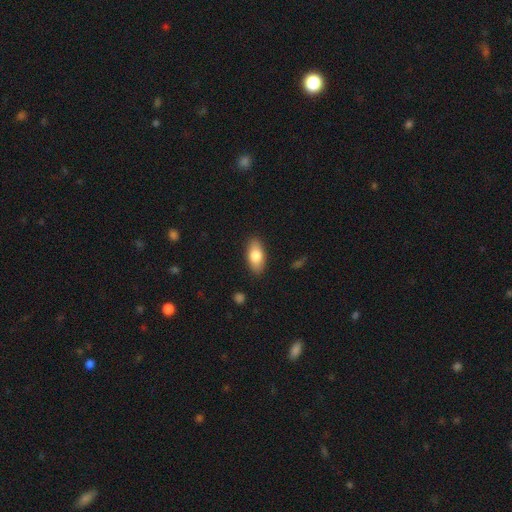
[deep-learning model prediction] Smooth or featured? Predicted: smooth (p=0.79). How rounded? Predicted: in between (p=0.88). Merging? Predicted: none (p=0.87).